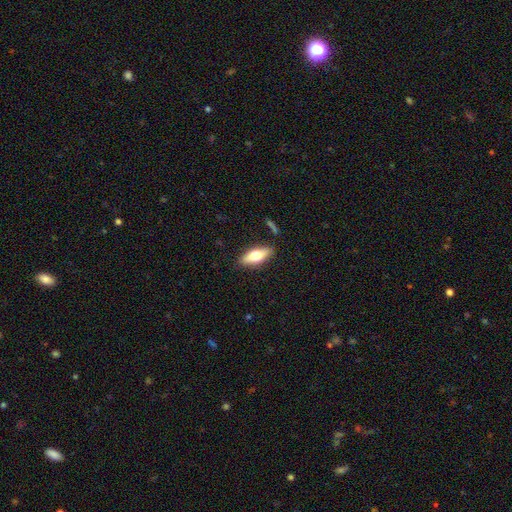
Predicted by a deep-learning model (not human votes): smooth_or_featured: smooth (p=0.64) [alt: featured or disk p=0.30]
how_rounded: in between (p=0.67) [alt: cigar-shaped p=0.30]
merging: none (p=0.83) [alt: minor disturbance p=0.11]